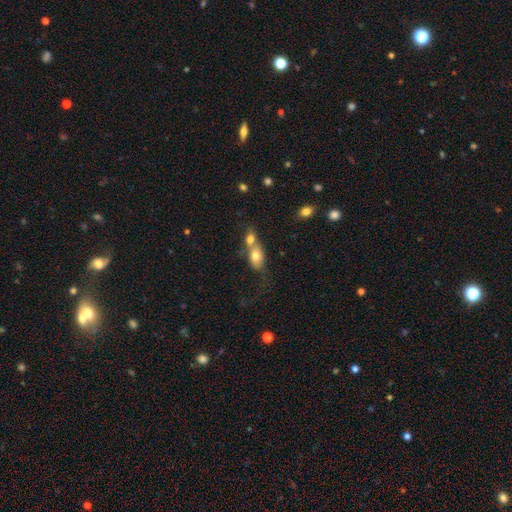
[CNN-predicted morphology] A smooth galaxy with no disk features (73%) that is in between round and cigar-shaped (74%). Merging: merger (67%).